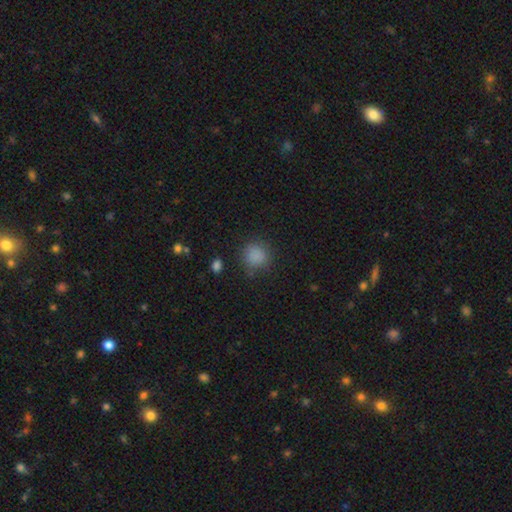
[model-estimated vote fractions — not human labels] Q: Smooth or featured?
A: smooth (83%); runner-up: star or artifact (12%)
Q: How rounded?
A: round (87%); runner-up: in between (12%)
Q: Merging?
A: none (79%); runner-up: minor disturbance (13%)